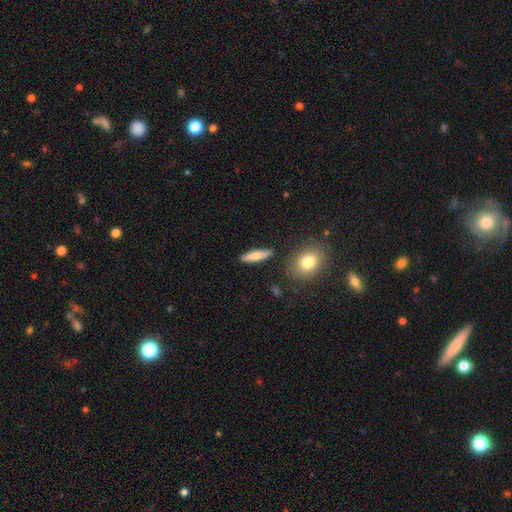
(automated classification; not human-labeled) smooth-or-featured: smooth: 73% | featured or disk: 21% | star or artifact: 6%
  how-rounded: cigar-shaped: 66% | in between: 31% | round: 3%
  merging: none: 87% | minor disturbance: 8% | merger: 3% | major disturbance: 2%